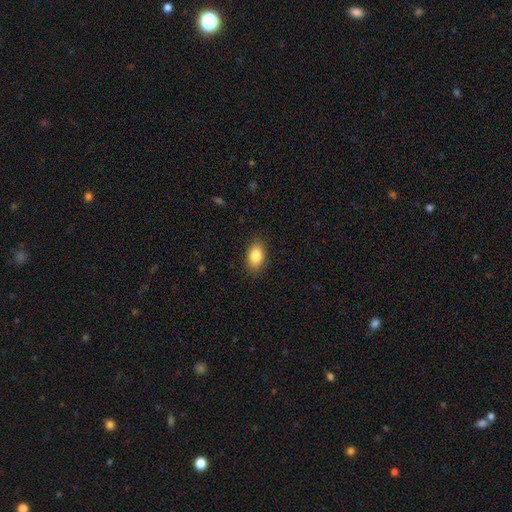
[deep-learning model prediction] Smooth or featured: smooth — 84% (featured or disk — 8%)
How rounded: in between — 90% (round — 7%)
Merging: none — 87% (minor disturbance — 9%)